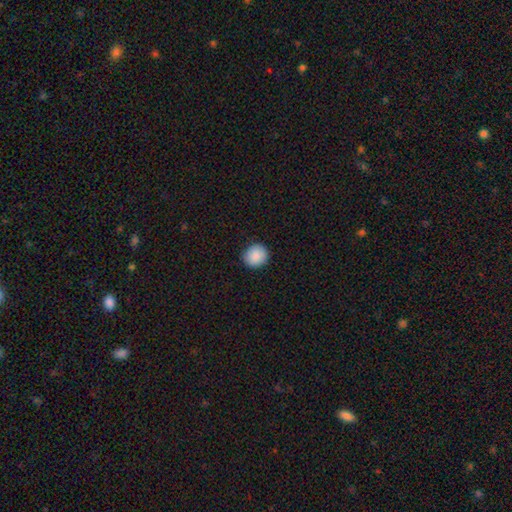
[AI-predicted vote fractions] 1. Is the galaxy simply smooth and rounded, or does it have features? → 90% smooth, 7% star or artifact, 3% featured or disk.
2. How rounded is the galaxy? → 84% round, 15% in between, 1% cigar-shaped.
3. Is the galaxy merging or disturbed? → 90% none, 7% minor disturbance, 2% major disturbance, 1% merger.